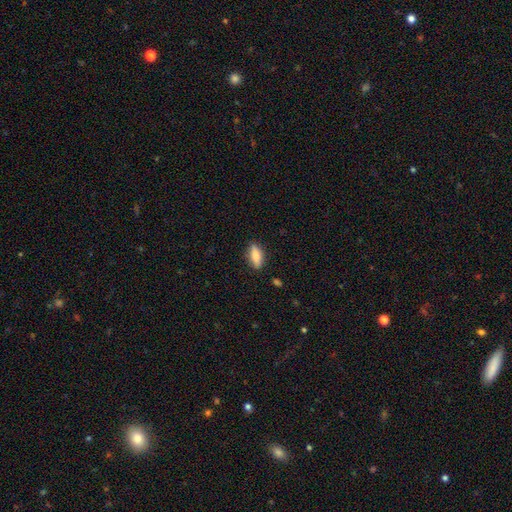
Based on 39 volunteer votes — Overall: smooth (72%). How rounded: in between (57%; cigar-shaped 43%). Merging: none (74%).